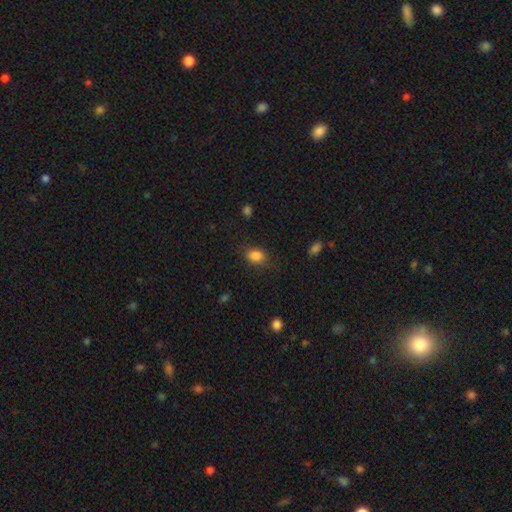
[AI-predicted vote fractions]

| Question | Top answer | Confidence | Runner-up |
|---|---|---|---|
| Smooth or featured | smooth | 85% | star or artifact (10%) |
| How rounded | in between | 65% | round (34%) |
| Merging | none | 80% | minor disturbance (15%) |